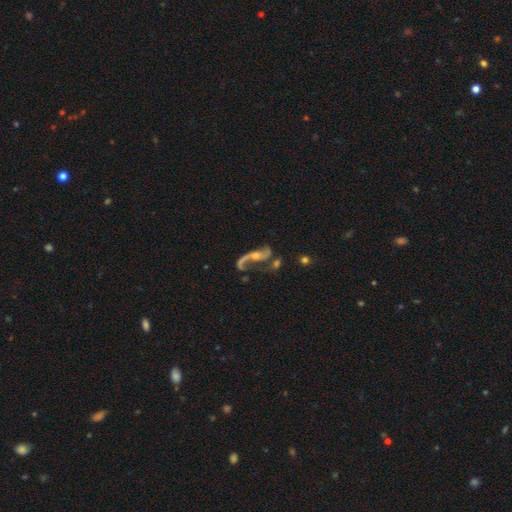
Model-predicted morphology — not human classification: smooth-or-featured: featured or disk: 83% | smooth: 9% | star or artifact: 8%
  disk-edge-on: no: 91% | yes: 9%
    bar: no: 56% | weak: 31% | strong: 14%
    has-spiral-arms: yes: 90% | no: 10%
      spiral-winding: loose: 82% | medium: 14% | tight: 4%
      spiral-arm-count: 2: 81% | 1: 13% | can't tell: 3% | 3: 1% | 4: 1% | more than 4: 1%
    bulge-size: small: 44% | moderate: 38% | none: 12% | large: 4% | dominant: 2%
  merging: none: 41% | major disturbance: 24% | merger: 19% | minor disturbance: 17%